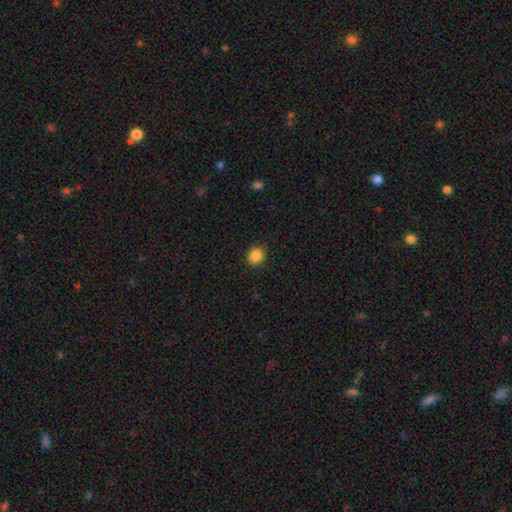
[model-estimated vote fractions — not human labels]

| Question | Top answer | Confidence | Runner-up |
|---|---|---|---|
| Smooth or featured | smooth | 86% | star or artifact (10%) |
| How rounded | round | 74% | in between (25%) |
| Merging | none | 91% | minor disturbance (7%) |